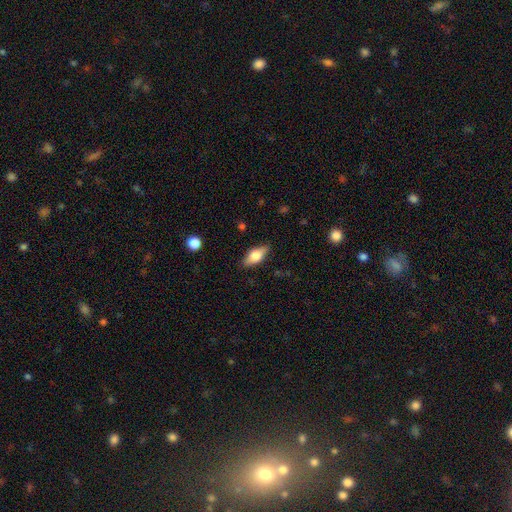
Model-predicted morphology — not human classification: Q: Smooth or featured?
A: smooth (67%); runner-up: featured or disk (26%)
Q: How rounded?
A: in between (83%); runner-up: cigar-shaped (13%)
Q: Merging?
A: none (85%); runner-up: minor disturbance (11%)